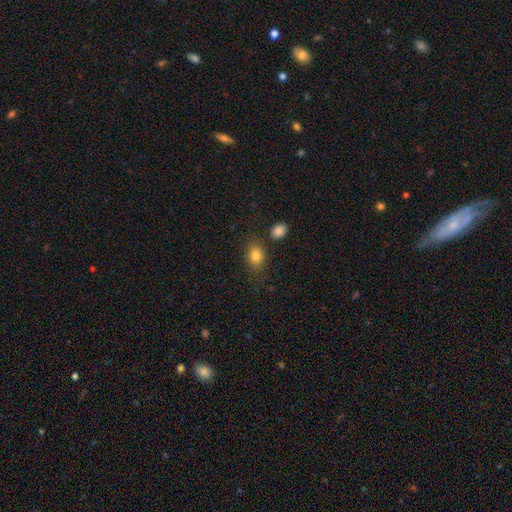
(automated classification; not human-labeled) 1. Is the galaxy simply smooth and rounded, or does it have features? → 82% smooth, 11% star or artifact, 7% featured or disk.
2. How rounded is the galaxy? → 53% in between, 45% round, 1% cigar-shaped.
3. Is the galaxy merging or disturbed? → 76% none, 13% minor disturbance, 6% merger, 4% major disturbance.